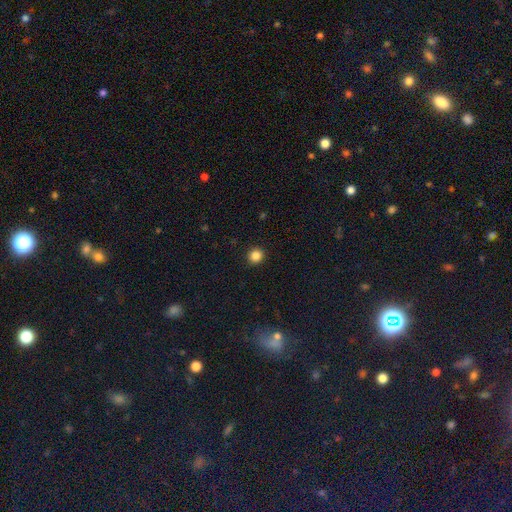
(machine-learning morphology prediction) type=smooth (85%); roundness=round (91%); merging=none (92%).